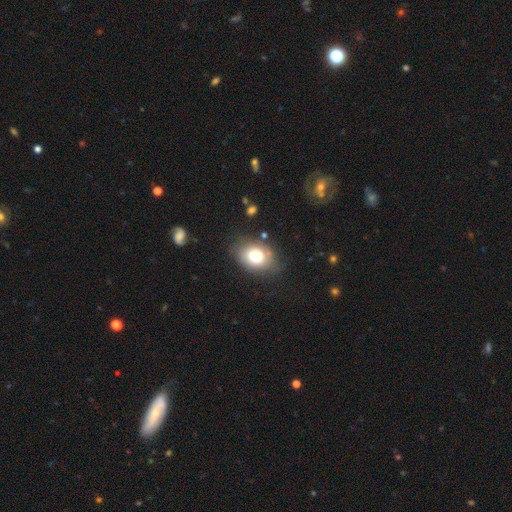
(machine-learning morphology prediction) Smooth or featured?
  - smooth: 75% *
  - featured or disk: 16%
  - star or artifact: 9%
How rounded?
  - in between: 70% *
  - round: 29%
  - cigar-shaped: 1%
Merging?
  - none: 70% *
  - minor disturbance: 20%
  - major disturbance: 7%
  - merger: 3%